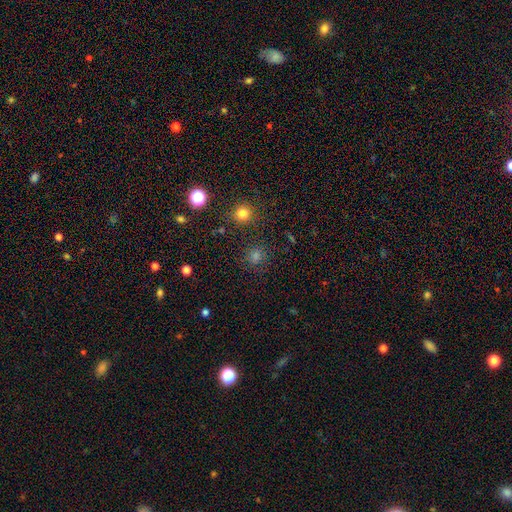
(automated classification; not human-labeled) smooth 63%, star or artifact 31%, featured or disk 6%. Down the decision tree: how rounded — round (88%); merging — none (85%).